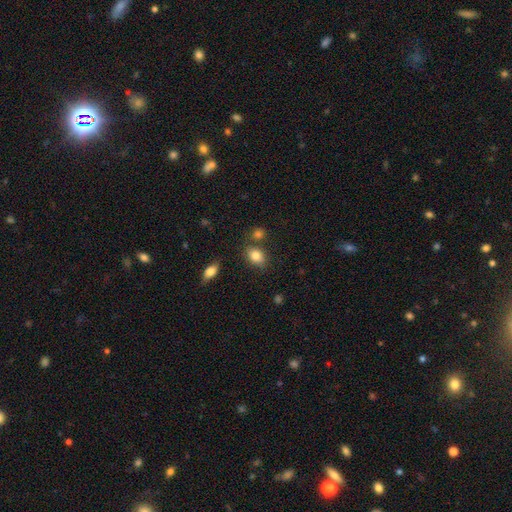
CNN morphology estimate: Smooth or featured? Predicted: smooth (p=0.83). How rounded? Predicted: in between (p=0.68). Merging? Predicted: none (p=0.69).